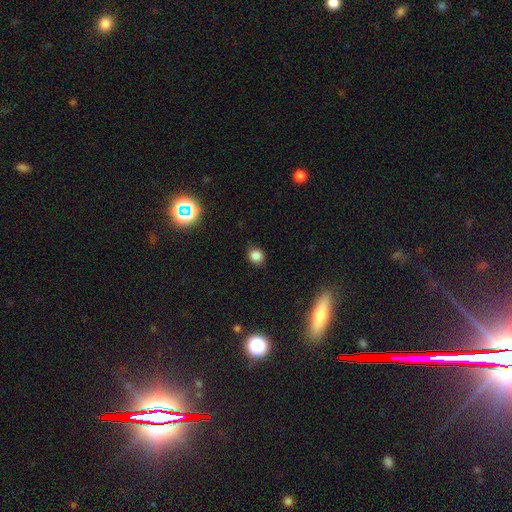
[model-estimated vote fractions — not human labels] This is clearly a smooth galaxy (83%). How rounded: likely round (68%). Merging: clearly none (83%).